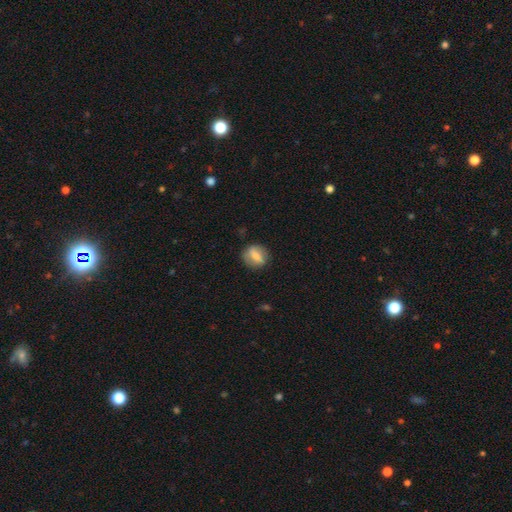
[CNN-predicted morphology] smooth-or-featured: smooth: 64% | featured or disk: 28% | star or artifact: 8%
  how-rounded: round: 59% | in between: 37% | cigar-shaped: 3%
  merging: none: 82% | minor disturbance: 13% | major disturbance: 4% | merger: 1%